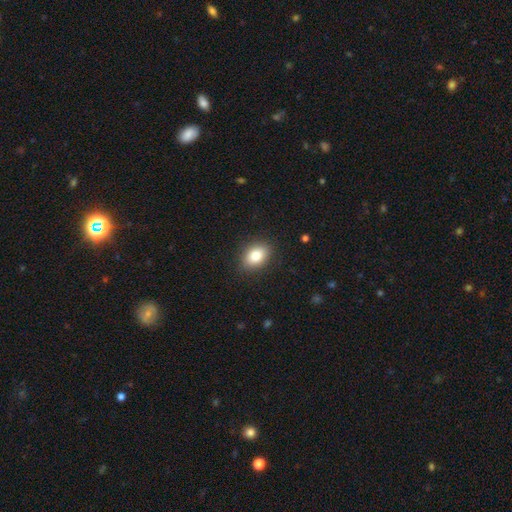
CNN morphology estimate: Smooth or featured?
  - smooth: 83% *
  - star or artifact: 9%
  - featured or disk: 8%
How rounded?
  - in between: 74% *
  - round: 24%
  - cigar-shaped: 1%
Merging?
  - none: 88% *
  - minor disturbance: 9%
  - major disturbance: 2%
  - merger: 1%